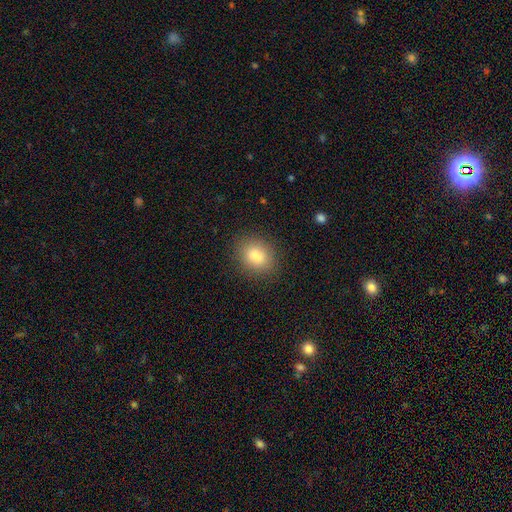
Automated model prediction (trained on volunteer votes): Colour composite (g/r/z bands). It shows a smooth galaxy with no disk features (83%) that is in between round and cigar-shaped (53%). Merging: none (87%).